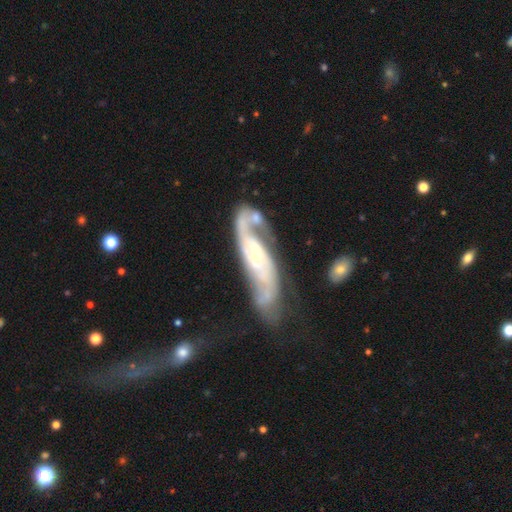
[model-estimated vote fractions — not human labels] featured or disk 85%, smooth 9%, star or artifact 5%. Down the decision tree: edge-on disk — no (87%); bar — no (52%); spiral arms — yes (94%); spiral arm count — 2 (74%); spiral winding — medium (44%); bulge size — small (71%); merging — none (47%).